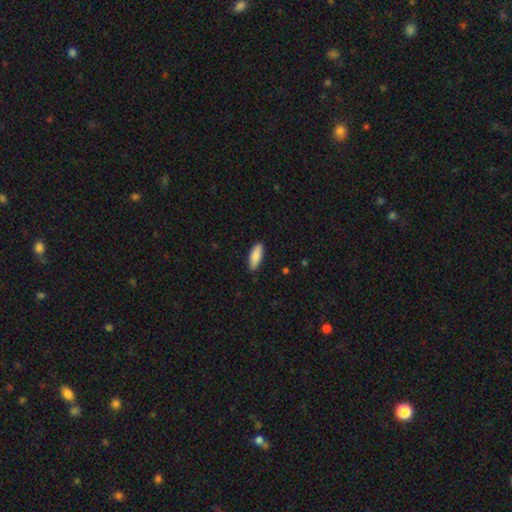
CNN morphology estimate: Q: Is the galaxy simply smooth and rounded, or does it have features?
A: smooth — 88%.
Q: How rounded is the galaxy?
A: in between — 72%.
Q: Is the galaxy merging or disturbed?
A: none — 86%.